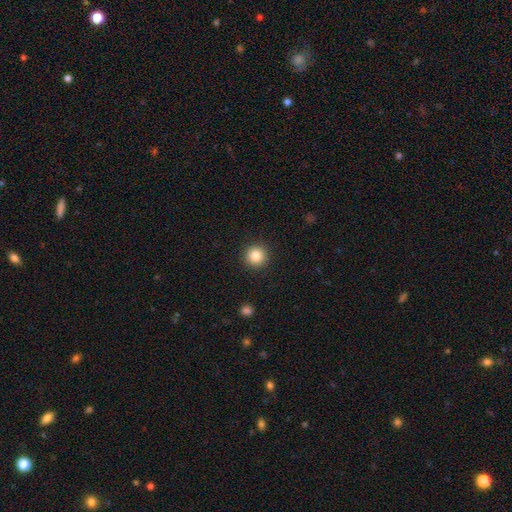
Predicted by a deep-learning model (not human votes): Smooth or featured? smooth (84%)
How rounded? round (95%)
Merging? none (92%)